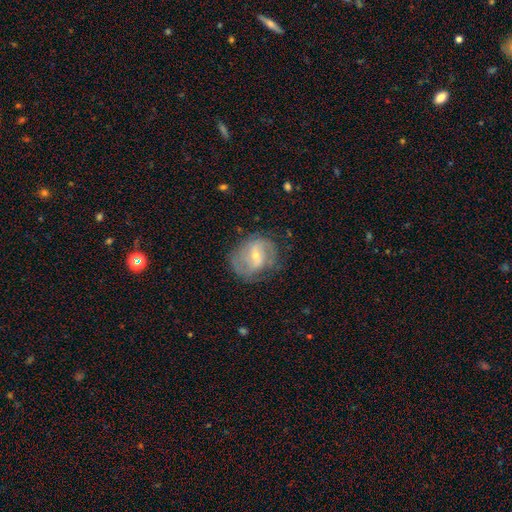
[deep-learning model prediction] Smooth or featured: featured or disk — 71% (smooth — 22%)
Edge-on disk: no — 97% (yes — 3%)
Bar: weak — 53% (no — 28%)
Spiral arms: yes — 83% (no — 17%)
Spiral winding: medium — 45% (tight — 29%)
Spiral arm count: 2 — 64% (can't tell — 22%)
Bulge size: small — 59% (moderate — 37%)
Merging: none — 64% (minor disturbance — 22%)